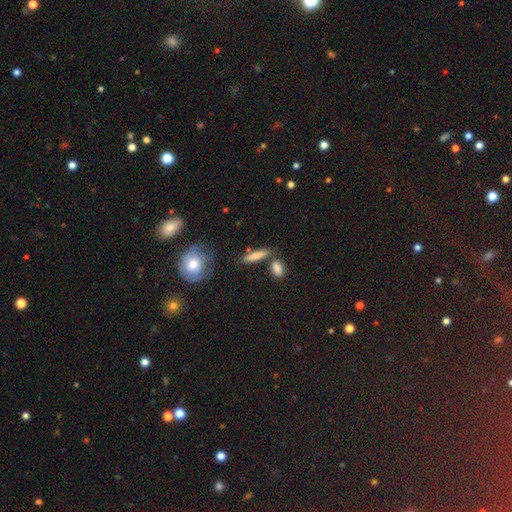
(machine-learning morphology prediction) smooth_or_featured: smooth (p=0.78) [alt: featured or disk p=0.16]
how_rounded: cigar-shaped (p=0.75) [alt: in between p=0.22]
merging: none (p=0.72) [alt: minor disturbance p=0.12]